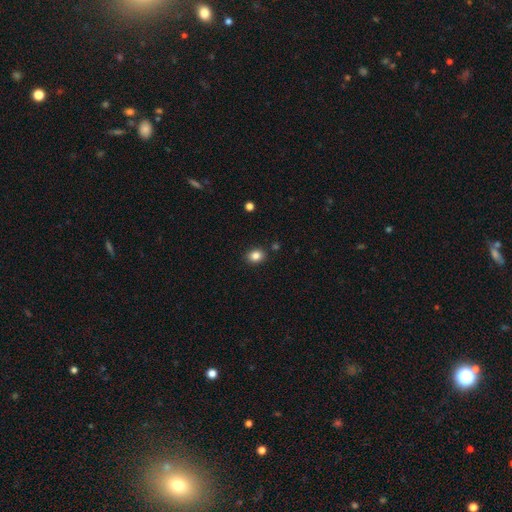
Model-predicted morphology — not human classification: Smooth or featured? Predicted: smooth (p=0.85). How rounded? Predicted: round (p=0.51). Merging? Predicted: none (p=0.87).